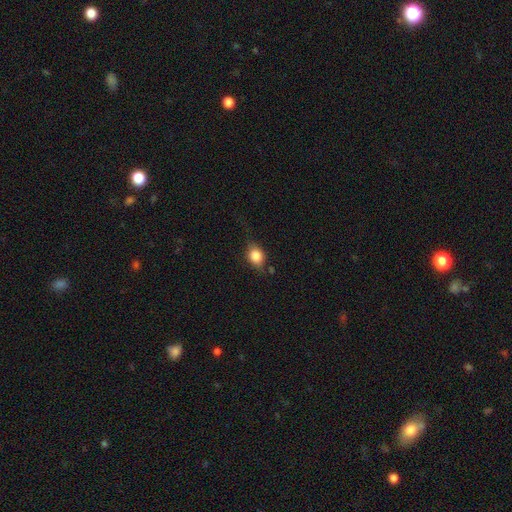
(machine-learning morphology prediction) Smooth or featured? Predicted: smooth (p=0.75). How rounded? Predicted: in between (p=0.50). Merging? Predicted: none (p=0.62).